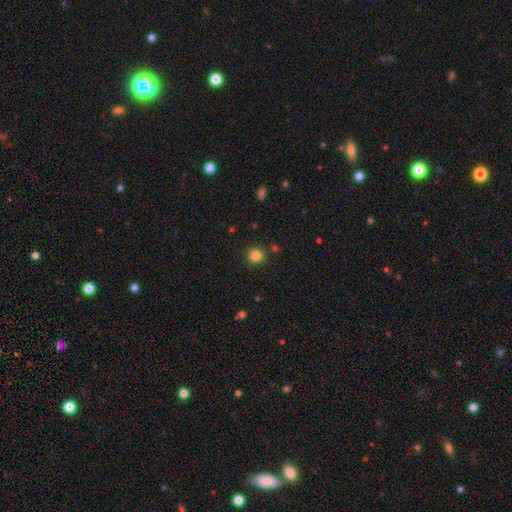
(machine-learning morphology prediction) A smooth galaxy with no disk features (83%) that is round (93%). Merging: none (89%).